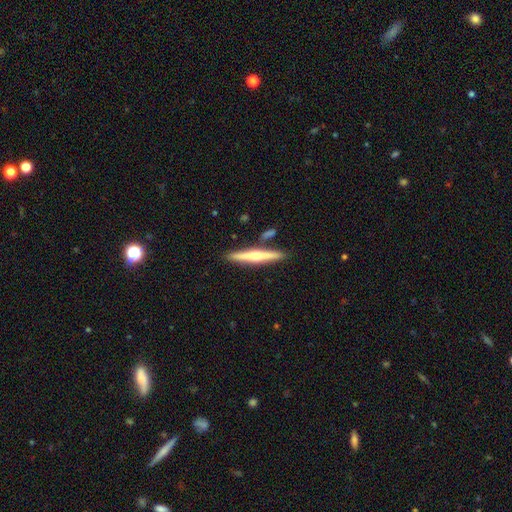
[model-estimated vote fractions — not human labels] smooth_or_featured: featured or disk (p=0.62) [alt: smooth p=0.33]
disk_edge_on: yes (p=0.97) [alt: no p=0.03]
edge_on_bulge: rounded (p=0.89) [alt: none p=0.08]
merging: none (p=0.84) [alt: minor disturbance p=0.09]